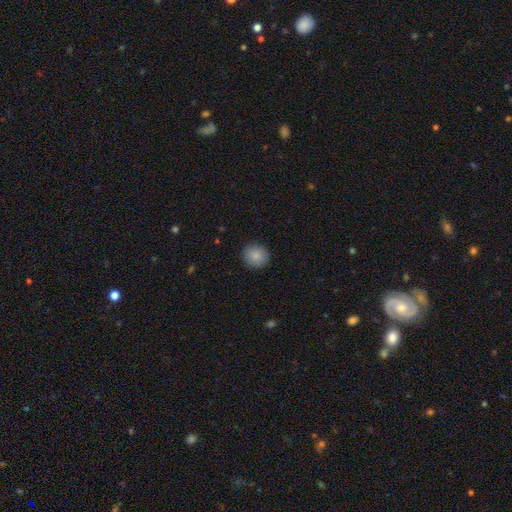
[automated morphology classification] type=smooth (87%); roundness=round (87%); merging=none (90%).